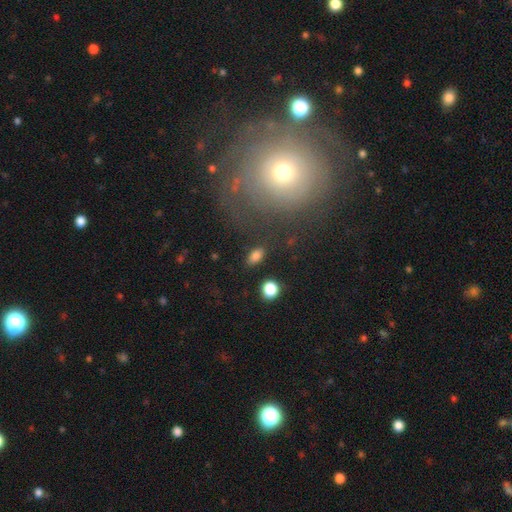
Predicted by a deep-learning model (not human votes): Smooth or featured: smooth — 82% (star or artifact — 11%)
How rounded: in between — 85% (round — 11%)
Merging: none — 85% (minor disturbance — 9%)